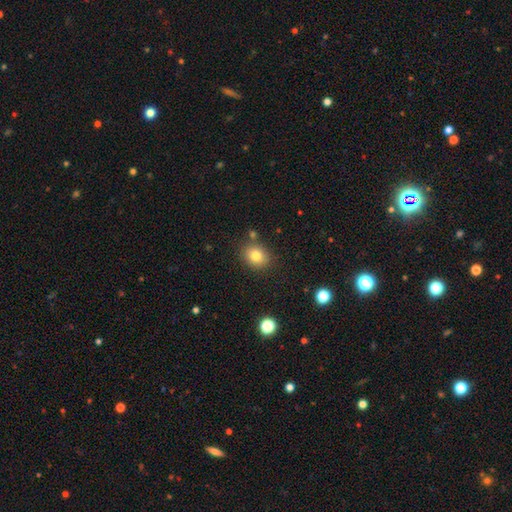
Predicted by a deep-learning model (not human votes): Smooth or featured?
  - smooth: 81% *
  - star or artifact: 11%
  - featured or disk: 8%
How rounded?
  - round: 62% *
  - in between: 37%
  - cigar-shaped: 1%
Merging?
  - none: 82% *
  - minor disturbance: 10%
  - merger: 5%
  - major disturbance: 3%